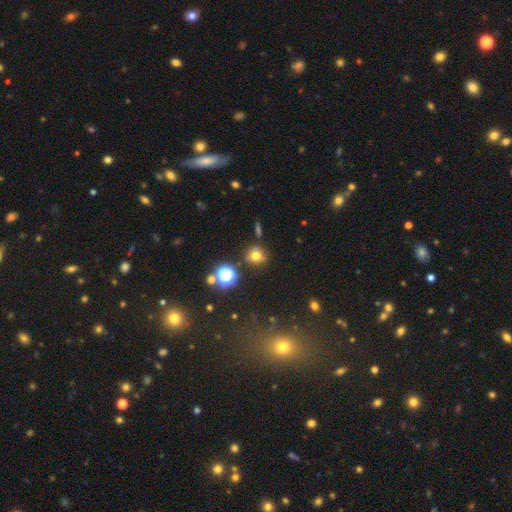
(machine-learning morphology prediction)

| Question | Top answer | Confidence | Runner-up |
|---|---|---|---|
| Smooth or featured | smooth | 63% | star or artifact (24%) |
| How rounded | round | 83% | in between (16%) |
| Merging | none | 75% | minor disturbance (14%) |